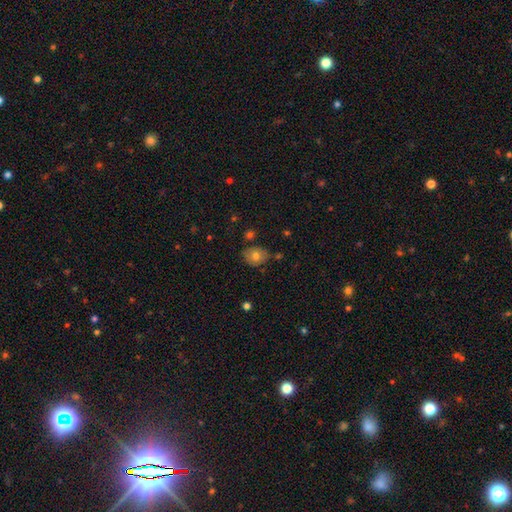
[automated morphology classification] The model was most divided on "how rounded": round: 52%, in between: 47%, cigar-shaped: 1%. More confident: smooth or featured — smooth (74%); merging — none (70%).